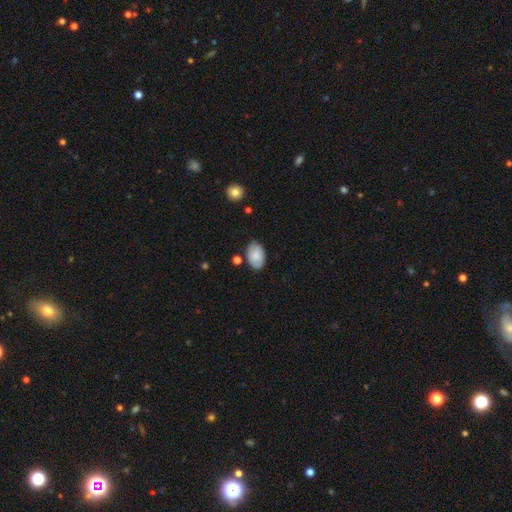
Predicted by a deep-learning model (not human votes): smooth_or_featured: smooth (p=0.78) [alt: featured or disk p=0.15]
how_rounded: in between (p=0.91) [alt: round p=0.08]
merging: none (p=0.76) [alt: minor disturbance p=0.17]